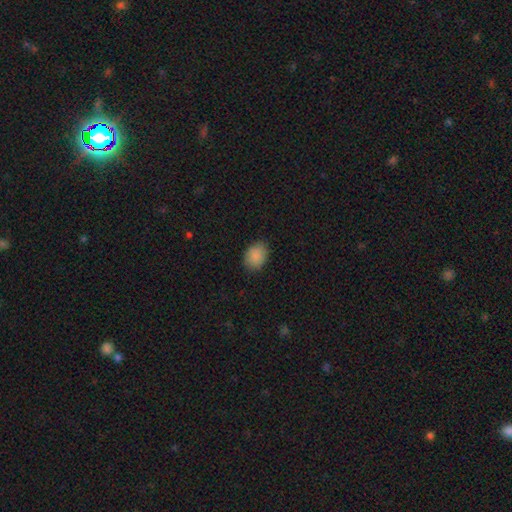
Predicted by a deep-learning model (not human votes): Smooth or featured? Predicted: smooth (p=0.88). How rounded? Predicted: in between (p=0.68). Merging? Predicted: none (p=0.84).